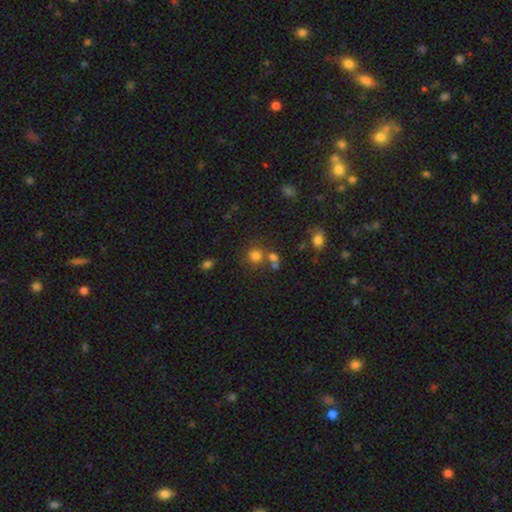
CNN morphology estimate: type=smooth (76%); roundness=round (87%); merging=none (64%).